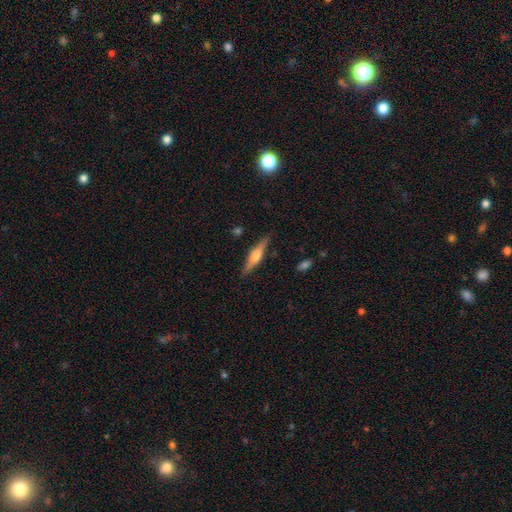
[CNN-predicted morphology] featured or disk 62%, smooth 32%, star or artifact 6%. Down the decision tree: edge-on disk — yes (97%); edge-on bulge — rounded (81%); merging — none (87%).